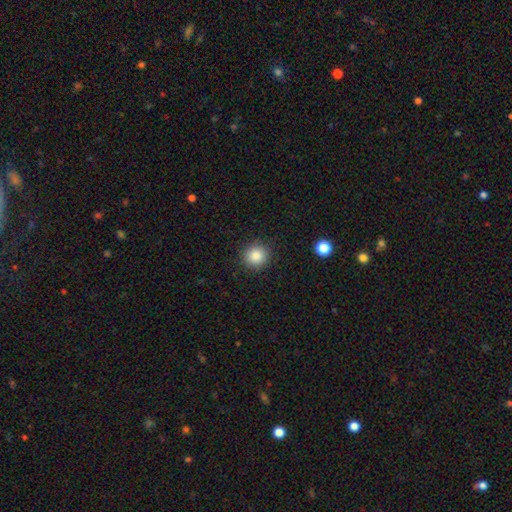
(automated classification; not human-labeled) A smooth galaxy with no disk features (86%) that is round (91%).

Vote fractions:
- Smooth or featured? smooth: 86% / star or artifact: 10% / featured or disk: 4%
- How rounded? round: 91% / in between: 9% / cigar-shaped: 1%
- Merging? none: 90% / minor disturbance: 6% / major disturbance: 2% / merger: 1%